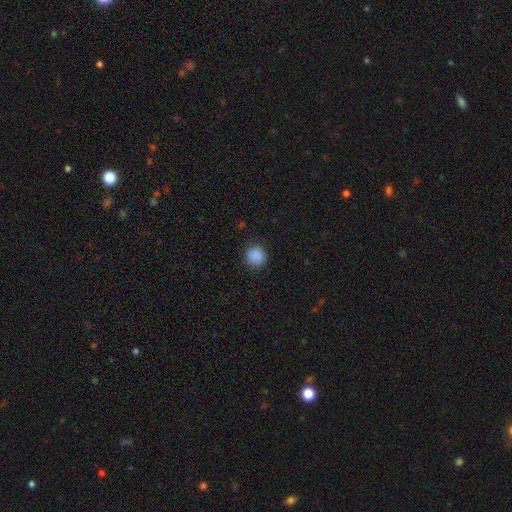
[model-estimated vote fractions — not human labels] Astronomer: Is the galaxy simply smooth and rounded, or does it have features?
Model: smooth — 88%.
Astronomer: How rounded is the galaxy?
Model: round — 93%.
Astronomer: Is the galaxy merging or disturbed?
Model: none — 89%.